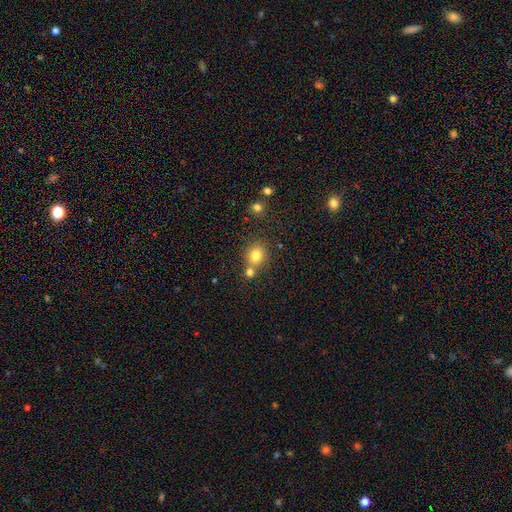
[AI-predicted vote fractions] A smooth galaxy with no disk features (79%) that is round (82%). Merging: none (64%).